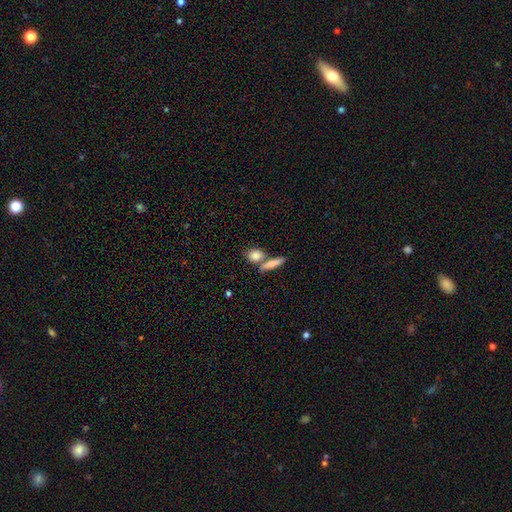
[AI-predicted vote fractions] Smooth or featured?
  - smooth: 83% *
  - featured or disk: 10%
  - star or artifact: 7%
How rounded?
  - round: 45% *
  - in between: 40%
  - cigar-shaped: 15%
Merging?
  - none: 58% *
  - merger: 29%
  - minor disturbance: 9%
  - major disturbance: 3%